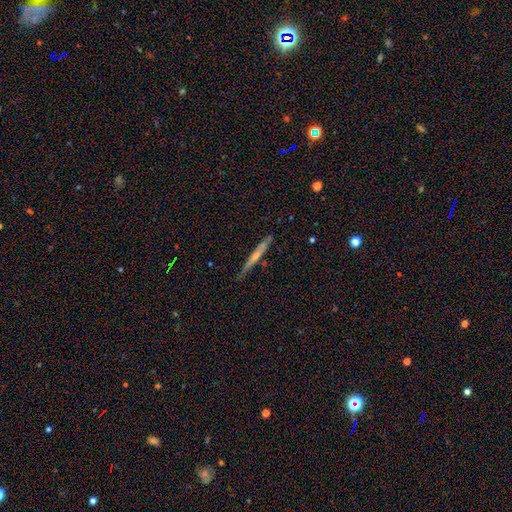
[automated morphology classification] smooth-or-featured: featured or disk: 63% | smooth: 30% | star or artifact: 7%
  disk-edge-on: yes: 95% | no: 5%
    edge-on-bulge: rounded: 56% | none: 38% | boxy: 5%
  merging: none: 81% | minor disturbance: 15% | major disturbance: 2% | merger: 2%